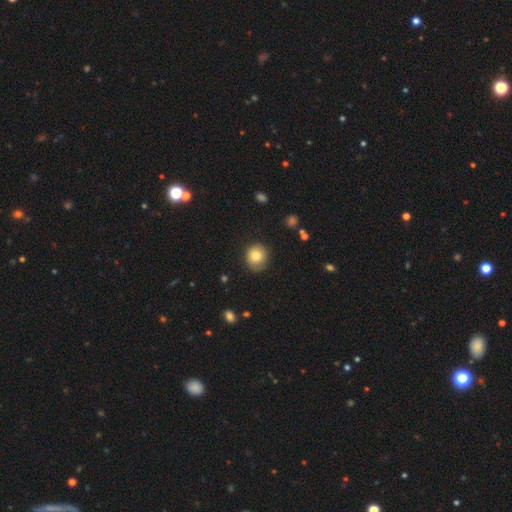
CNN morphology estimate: smooth 82%, star or artifact 10%, featured or disk 9%. Down the decision tree: how rounded — round (84%); merging — none (82%).